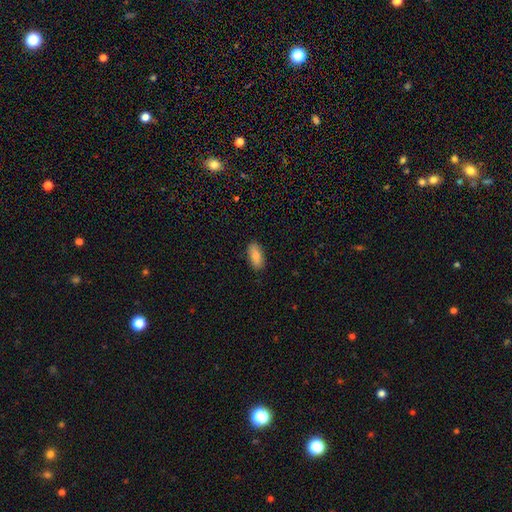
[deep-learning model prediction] A smooth galaxy with no disk features (82%) that is in between round and cigar-shaped (87%). Merging: none (88%).